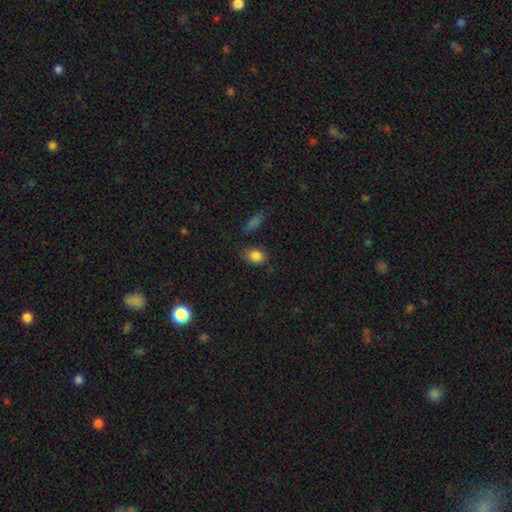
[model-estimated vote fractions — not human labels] smooth_or_featured: smooth (p=0.84) [alt: star or artifact p=0.10]
how_rounded: in between (p=0.68) [alt: round p=0.30]
merging: none (p=0.78) [alt: minor disturbance p=0.15]